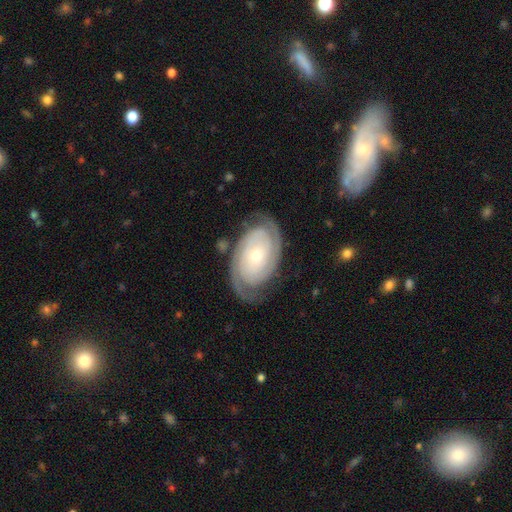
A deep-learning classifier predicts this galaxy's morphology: The model was most divided on "bulge size": small: 61%, moderate: 35%, large: 2%, none: 1%, dominant: 1%. More confident: spiral arms — yes (97%); edge-on disk — no (96%); smooth or featured — featured or disk (88%); spiral arm count — 2 (81%); merging — none (79%); spiral winding — tight (77%); bar — no (75%).